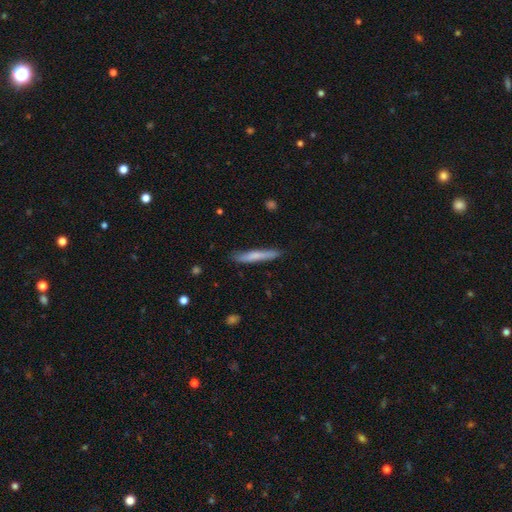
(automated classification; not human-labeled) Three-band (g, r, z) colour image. It shows a smooth galaxy with no disk features (69%) that is cigar-shaped (95%). Merging: none (86%).